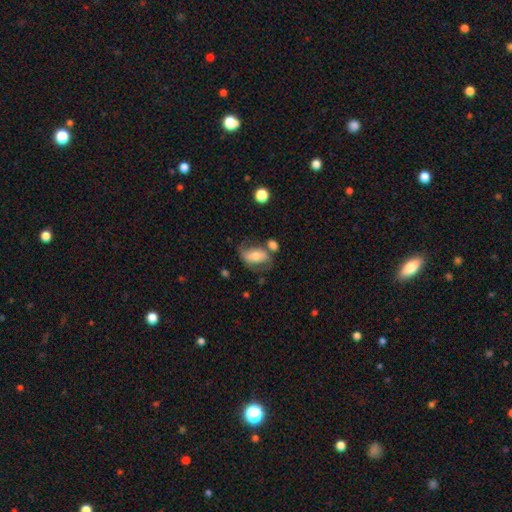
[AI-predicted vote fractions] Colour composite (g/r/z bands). It shows a smooth galaxy with no disk features (50%). Merging: none (43%).